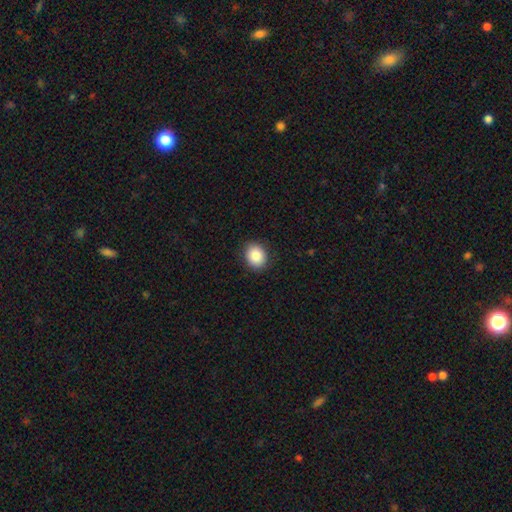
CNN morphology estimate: Smooth or featured? smooth (86%)
How rounded? round (61%)
Merging? none (89%)